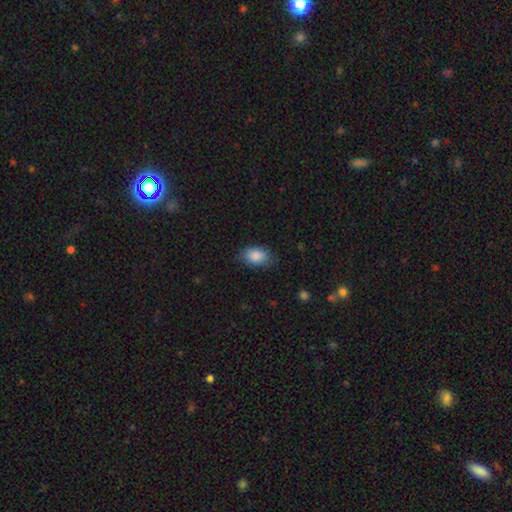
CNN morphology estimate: A smooth galaxy with no disk features (88%) that is in between round and cigar-shaped (88%).

Vote fractions:
- Smooth or featured? smooth: 88% / star or artifact: 7% / featured or disk: 5%
- How rounded? in between: 88% / round: 11% / cigar-shaped: 1%
- Merging? none: 79% / minor disturbance: 16% / major disturbance: 4% / merger: 1%